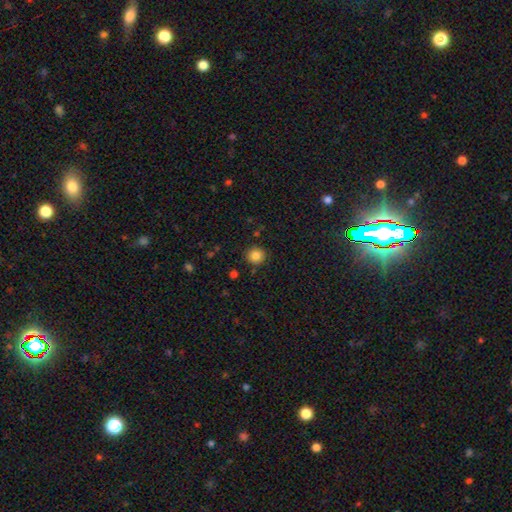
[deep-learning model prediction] The model was most divided on "smooth or featured": smooth: 85%, star or artifact: 11%, featured or disk: 5%. More confident: how rounded — round (92%); merging — none (89%).